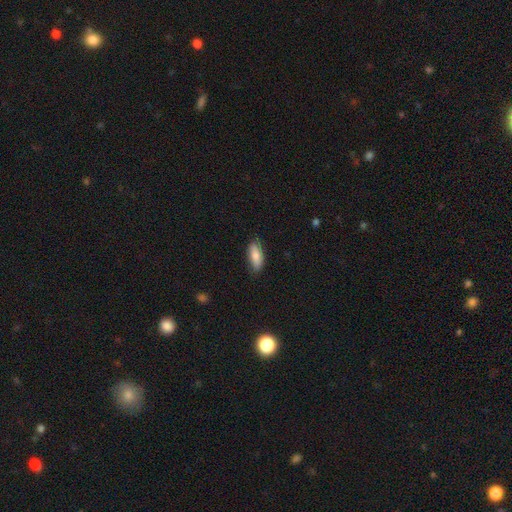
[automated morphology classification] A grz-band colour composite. It shows a smooth galaxy with no disk features (82%) that is in between round and cigar-shaped (77%). Merging: none (80%).